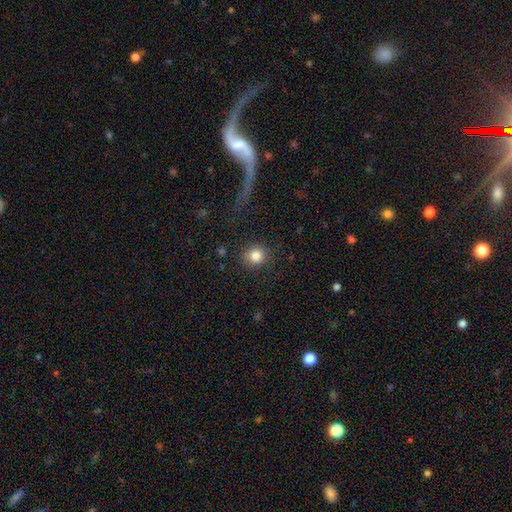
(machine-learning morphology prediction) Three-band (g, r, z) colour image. It shows a smooth galaxy with no disk features (83%) that is round (89%). Merging: none (86%).